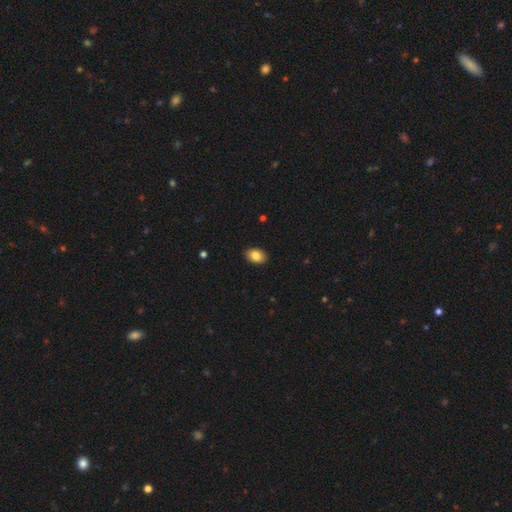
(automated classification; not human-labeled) Smooth or featured: smooth — 86% (star or artifact — 8%)
How rounded: in between — 84% (round — 14%)
Merging: none — 89% (minor disturbance — 8%)